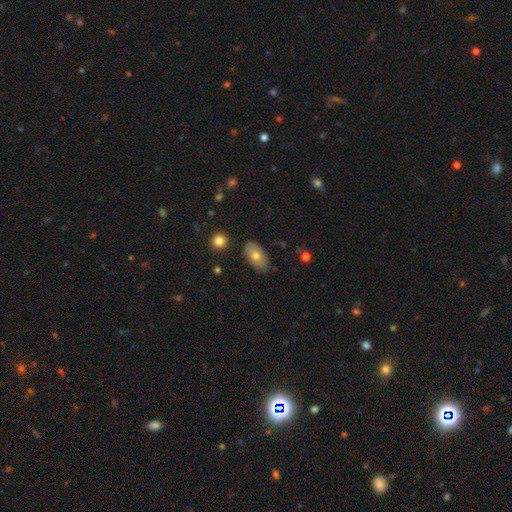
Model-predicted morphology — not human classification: Overall: smooth (72%). How rounded: in between (92%). Merging: none (80%).